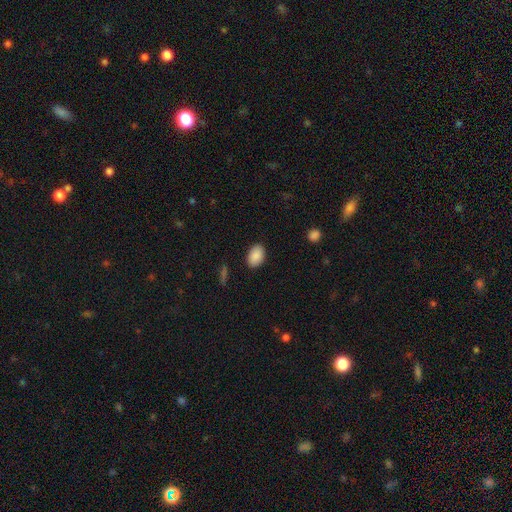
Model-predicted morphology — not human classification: This is clearly a smooth galaxy (89%). How rounded: clearly in between (88%). Merging: clearly none (88%).